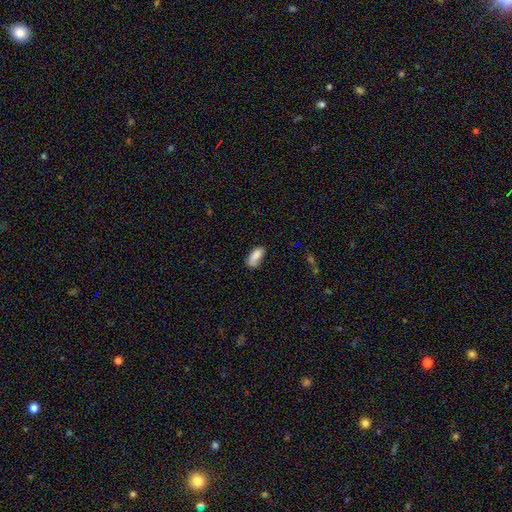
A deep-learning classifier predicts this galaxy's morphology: The model was most divided on "merging": none: 59%, minor disturbance: 28%, major disturbance: 8%, merger: 4%. More confident: how rounded — in between (85%); smooth or featured — smooth (84%).